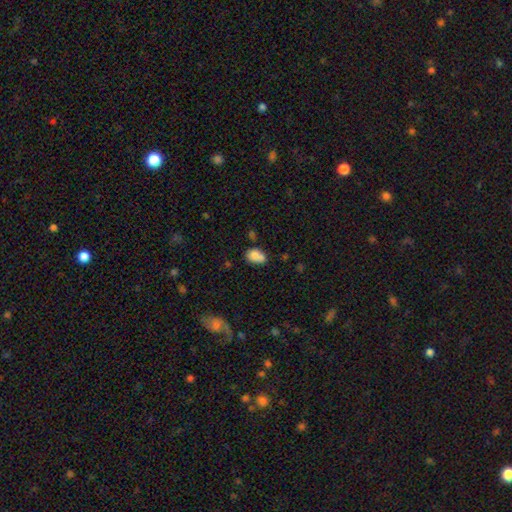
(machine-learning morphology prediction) smooth_or_featured: smooth (p=0.77) [alt: featured or disk p=0.14]
how_rounded: in between (p=0.68) [alt: round p=0.31]
merging: none (p=0.40) [alt: merger p=0.35]